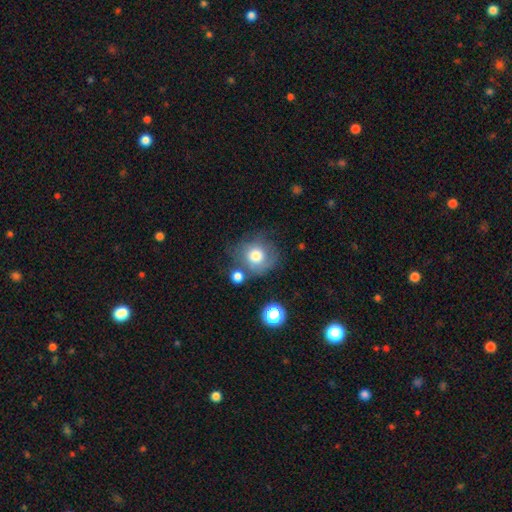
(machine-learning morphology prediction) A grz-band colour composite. It shows a smooth galaxy with no disk features (72%) that is round (87%). Merging: none (58%).